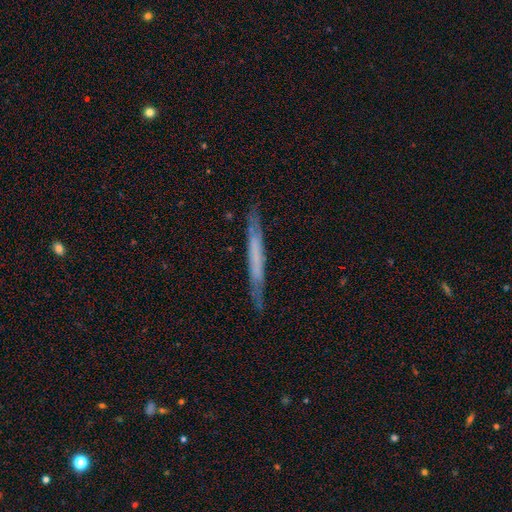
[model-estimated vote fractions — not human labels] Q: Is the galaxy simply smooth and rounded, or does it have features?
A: featured or disk — 50%.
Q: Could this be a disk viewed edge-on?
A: yes — 91%.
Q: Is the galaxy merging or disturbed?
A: none — 84%.